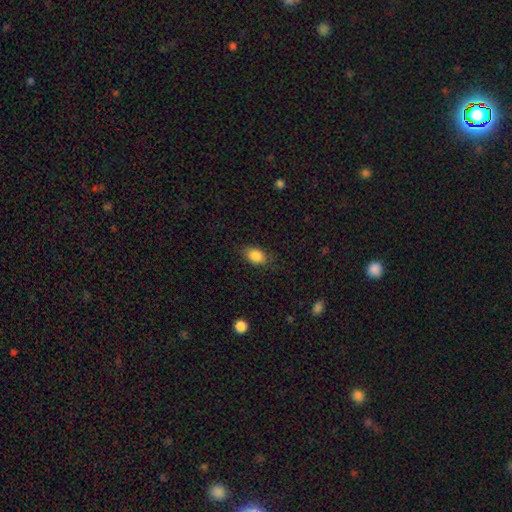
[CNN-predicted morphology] Smooth or featured? Predicted: smooth (p=0.85). How rounded? Predicted: in between (p=0.80). Merging? Predicted: none (p=0.79).